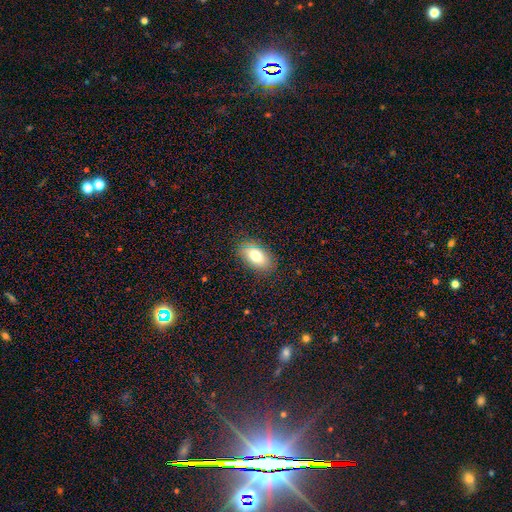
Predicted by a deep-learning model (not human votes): Smooth or featured? Predicted: smooth (p=0.75). How rounded? Predicted: in between (p=0.89). Merging? Predicted: none (p=0.85).